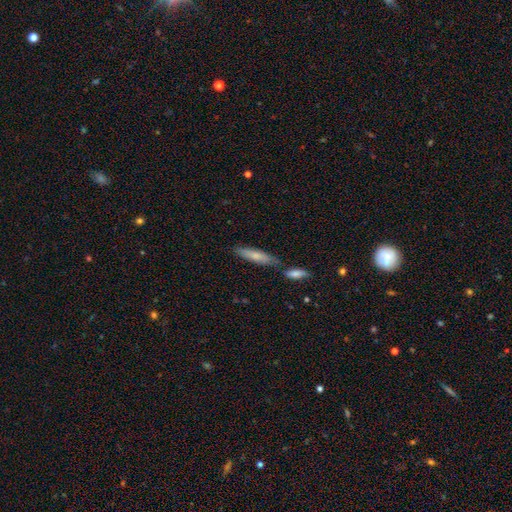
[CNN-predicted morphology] This appears to be a smooth galaxy with no disk features (72%) that is cigar-shaped (79%). Merging: none (67%).